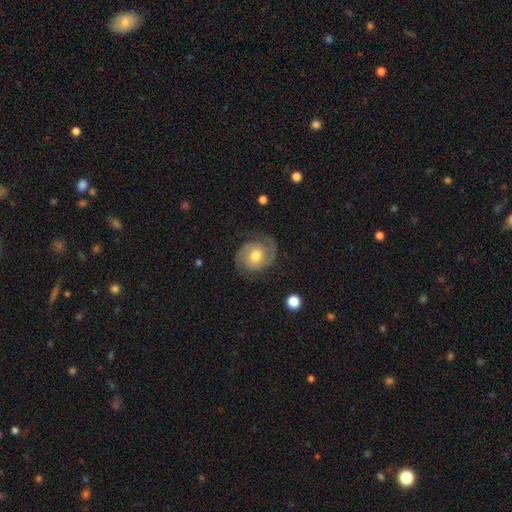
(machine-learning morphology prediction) smooth-or-featured: featured or disk: 81% | smooth: 13% | star or artifact: 6%
  disk-edge-on: no: 98% | yes: 2%
    bar: no: 63% | weak: 32% | strong: 6%
    has-spiral-arms: yes: 96% | no: 4%
      spiral-winding: tight: 47% | medium: 41% | loose: 12%
      spiral-arm-count: 2: 85% | 1: 6% | can't tell: 5% | 3: 2% | 4: 1% | more than 4: 1%
    bulge-size: moderate: 71% | small: 20% | large: 7% | none: 1% | dominant: 1%
  merging: none: 76% | minor disturbance: 16% | major disturbance: 8% | merger: 1%